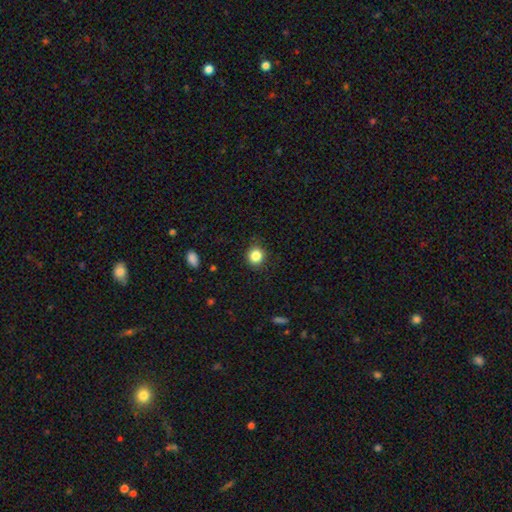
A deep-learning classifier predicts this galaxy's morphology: Overall: smooth (85%). How rounded: round (85%). Merging: none (87%).